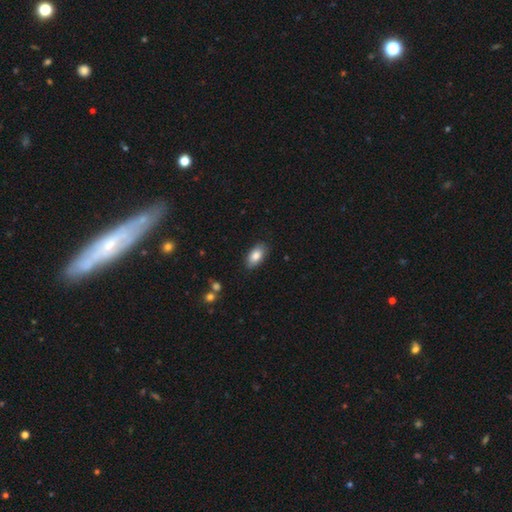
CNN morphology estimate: Smooth or featured: smooth — 83% (featured or disk — 10%)
How rounded: in between — 93% (cigar-shaped — 4%)
Merging: none — 85% (minor disturbance — 12%)